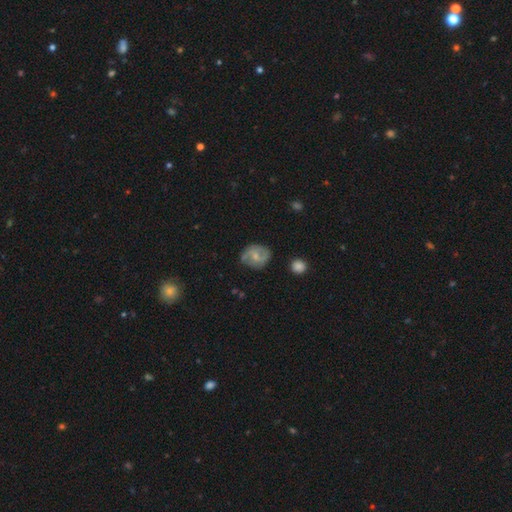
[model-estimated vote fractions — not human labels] smooth_or_featured: featured or disk (p=0.60) [alt: smooth p=0.33]
disk_edge_on: no (p=0.97) [alt: yes p=0.03]
bar: weak (p=0.46) [alt: no p=0.43]
has_spiral_arms: yes (p=0.85) [alt: no p=0.15]
bulge_size: small (p=0.53) [alt: moderate p=0.38]
merging: none (p=0.69) [alt: minor disturbance p=0.22]